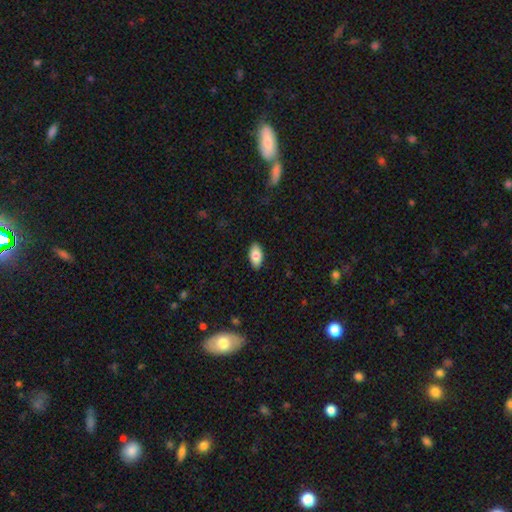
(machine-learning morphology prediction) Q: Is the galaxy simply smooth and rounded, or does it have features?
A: smooth — 83%.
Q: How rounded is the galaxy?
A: in between — 93%.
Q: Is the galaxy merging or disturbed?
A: none — 90%.